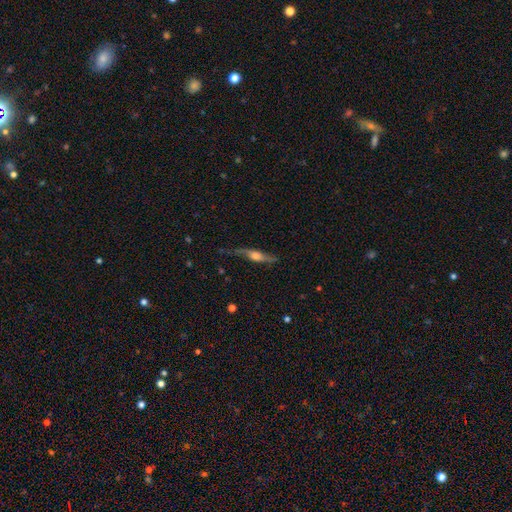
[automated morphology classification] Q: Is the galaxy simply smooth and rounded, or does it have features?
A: featured or disk — 65%.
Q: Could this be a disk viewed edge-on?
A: yes — 84%.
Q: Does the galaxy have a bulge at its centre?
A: rounded — 85%.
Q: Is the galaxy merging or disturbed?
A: none — 65%.